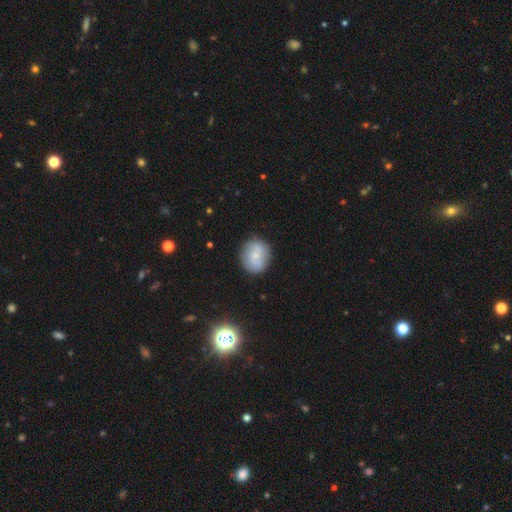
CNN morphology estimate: type=smooth (59%); roundness=round (70%); merging=none (79%).